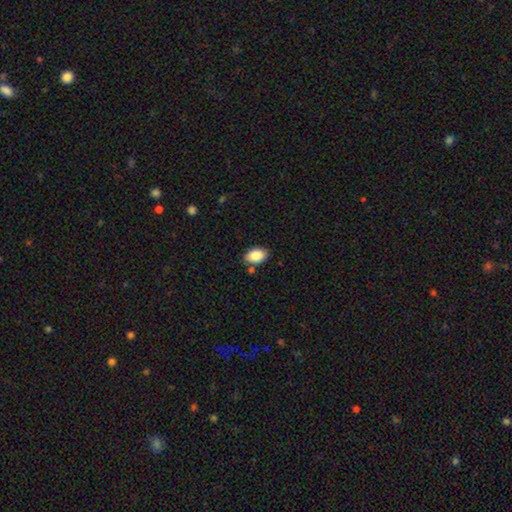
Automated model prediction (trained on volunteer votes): Q: Smooth or featured?
A: smooth (85%); runner-up: featured or disk (7%)
Q: How rounded?
A: in between (89%); runner-up: round (10%)
Q: Merging?
A: none (81%); runner-up: minor disturbance (12%)